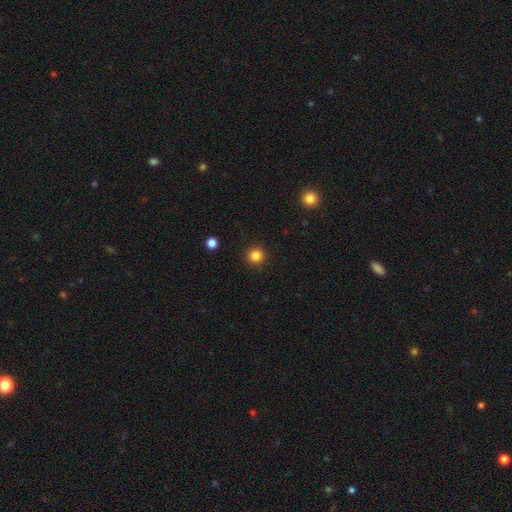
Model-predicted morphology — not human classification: This appears to be a smooth galaxy with no disk features (85%) that is round (95%). Merging: none (92%).